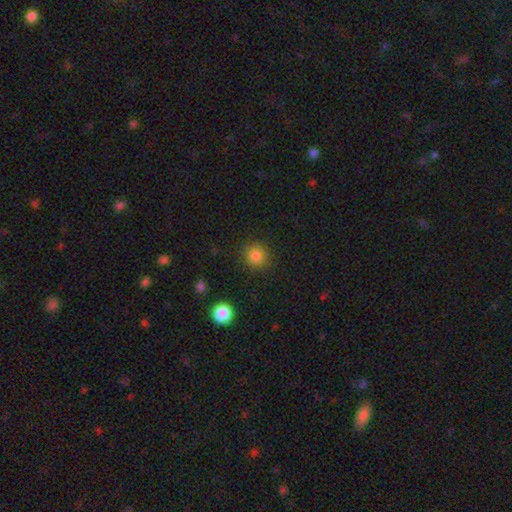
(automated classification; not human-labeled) Morphology: type=smooth (85%); roundness=round (91%); merging=none (87%).